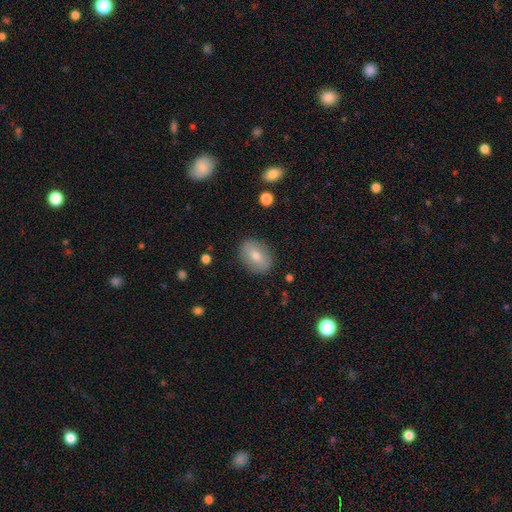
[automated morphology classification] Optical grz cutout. It shows a smooth galaxy with no disk features (68%) that is in between round and cigar-shaped (71%). Merging: none (87%).